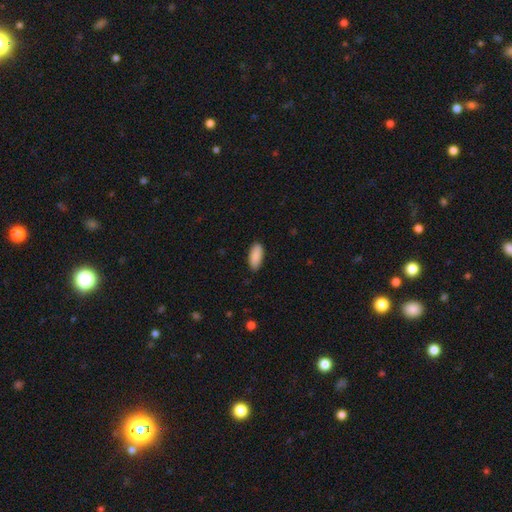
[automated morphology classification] Q: Smooth or featured?
A: smooth (90%); runner-up: star or artifact (6%)
Q: How rounded?
A: in between (87%); runner-up: cigar-shaped (11%)
Q: Merging?
A: none (88%); runner-up: minor disturbance (10%)